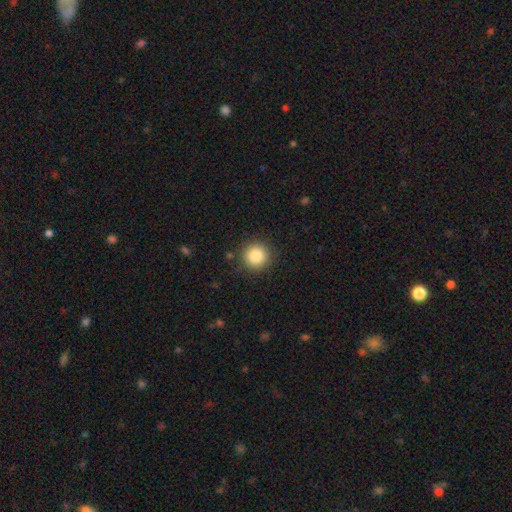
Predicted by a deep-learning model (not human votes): A smooth galaxy with no disk features (85%) that is round (94%).

Vote fractions:
- Smooth or featured? smooth: 85% / star or artifact: 10% / featured or disk: 5%
- How rounded? round: 94% / in between: 5% / cigar-shaped: 1%
- Merging? none: 89% / minor disturbance: 7% / major disturbance: 2% / merger: 1%